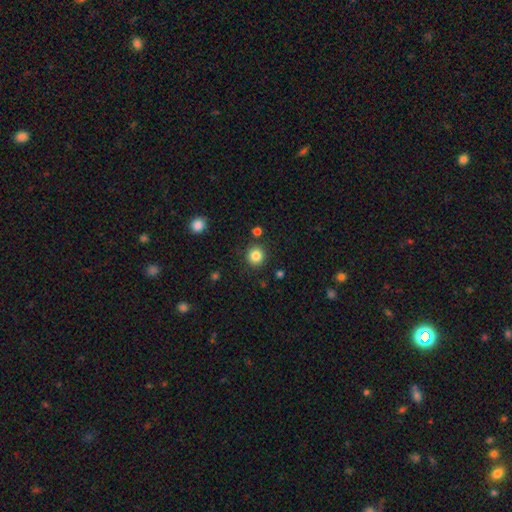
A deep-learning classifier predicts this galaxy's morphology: smooth_or_featured: smooth (p=0.84) [alt: star or artifact p=0.11]
how_rounded: round (p=0.91) [alt: in between p=0.08]
merging: none (p=0.88) [alt: minor disturbance p=0.07]